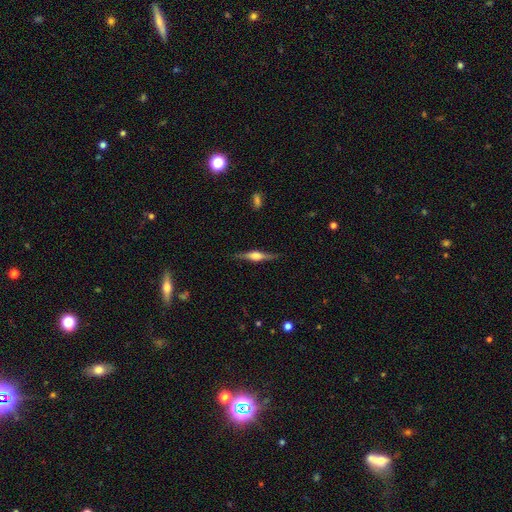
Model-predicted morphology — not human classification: A featured or disk galaxy (78%) viewed edge-on (98%) with a rounded central bulge (84%).

Vote fractions:
- Smooth or featured? featured or disk: 78% / smooth: 17% / star or artifact: 6%
- Edge-on disk? yes: 98% / no: 2%
- Edge-on bulge? rounded: 84% / boxy: 14% / none: 2%
- Merging? none: 88% / minor disturbance: 9% / major disturbance: 2% / merger: 1%